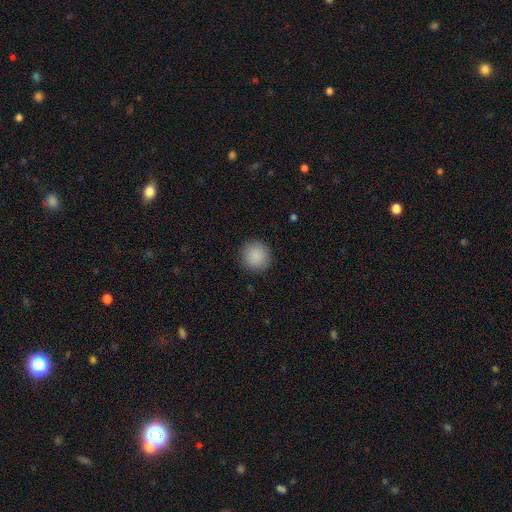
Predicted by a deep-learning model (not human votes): The model was most divided on "smooth or featured": smooth: 88%, star or artifact: 8%, featured or disk: 4%. More confident: how rounded — round (94%); merging — none (91%).